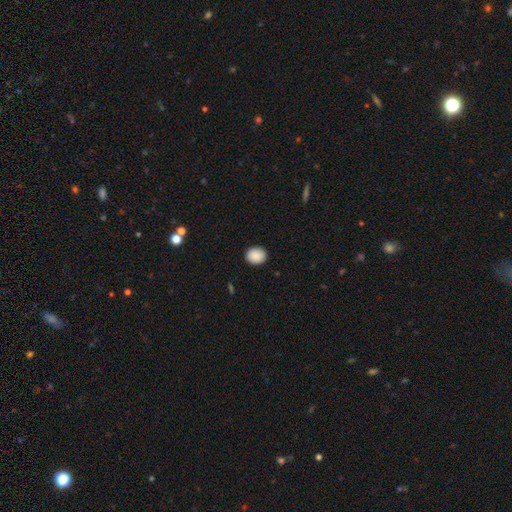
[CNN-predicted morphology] type=smooth (90%); roundness=round (61%); merging=none (91%).